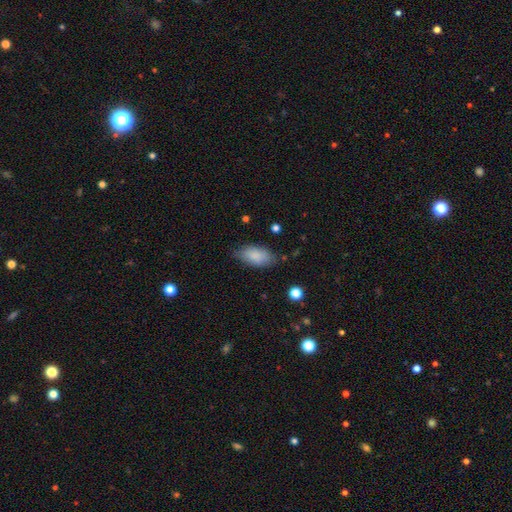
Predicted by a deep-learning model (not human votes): Morphology: type=smooth (85%); roundness=in between (91%); merging=none (75%).